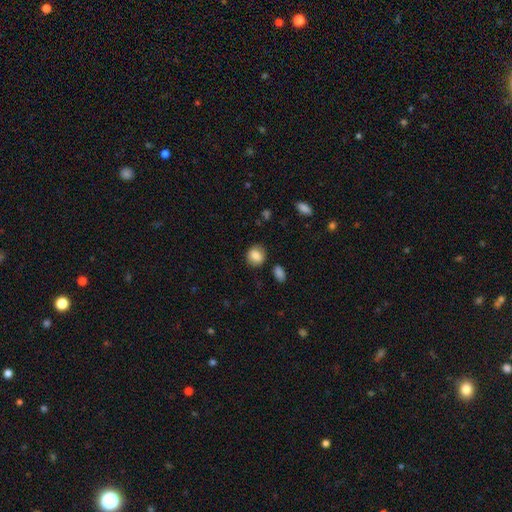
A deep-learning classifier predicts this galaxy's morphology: A smooth galaxy with no disk features (84%) that is round (65%). Merging: none (81%).